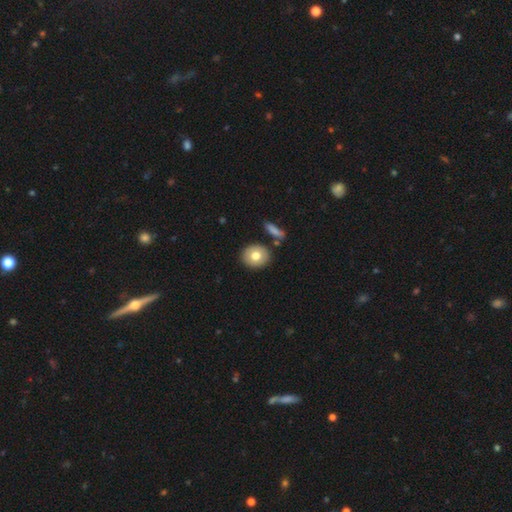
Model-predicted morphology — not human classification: A smooth galaxy with no disk features (73%) that is round (62%). Merging: none (82%).